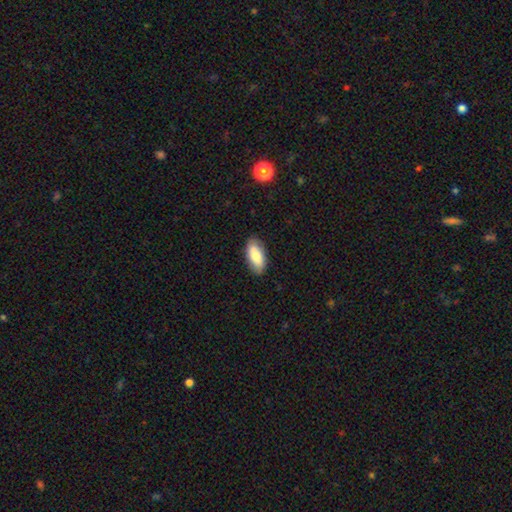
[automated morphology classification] smooth 80%, featured or disk 14%, star or artifact 6%. Down the decision tree: how rounded — in between (89%); merging — none (87%).